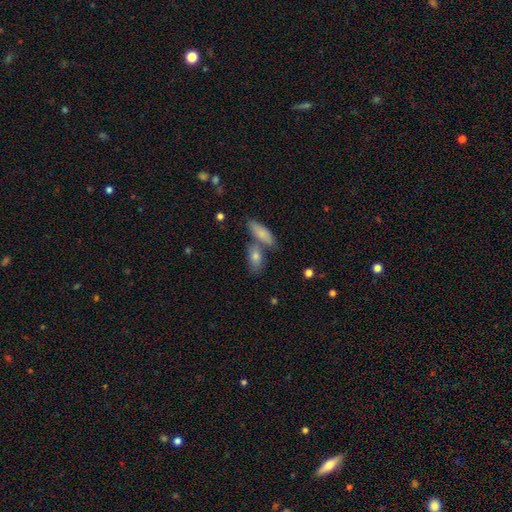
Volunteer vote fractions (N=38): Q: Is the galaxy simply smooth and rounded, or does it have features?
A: smooth — 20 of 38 (53%).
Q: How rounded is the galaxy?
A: in between — 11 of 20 (55%).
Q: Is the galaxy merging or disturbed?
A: none — 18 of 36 (50%).